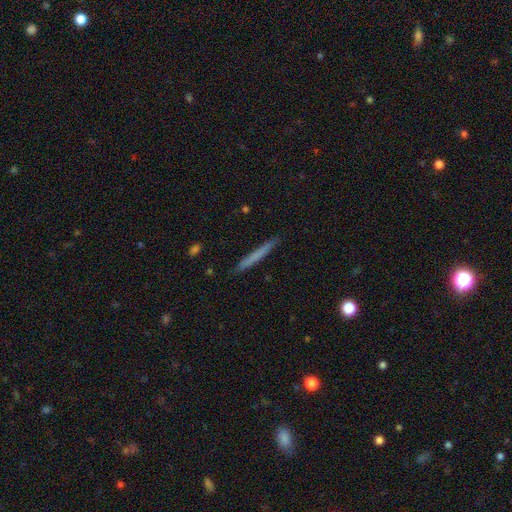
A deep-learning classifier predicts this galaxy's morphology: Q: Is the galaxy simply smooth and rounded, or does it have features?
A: smooth — 65%.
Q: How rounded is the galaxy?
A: cigar-shaped — 97%.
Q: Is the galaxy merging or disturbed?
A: none — 90%.